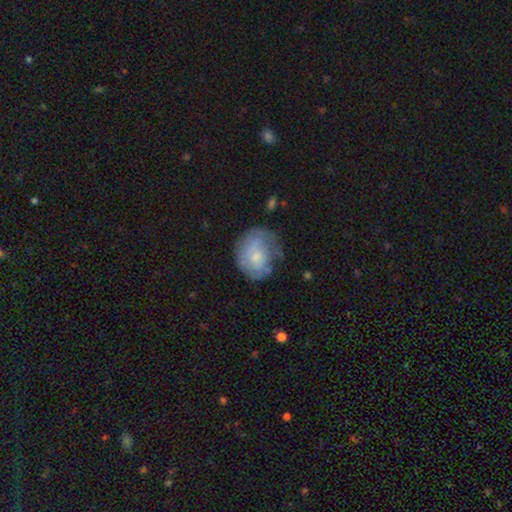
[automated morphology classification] The model was most divided on "smooth or featured": featured or disk: 47%, smooth: 45%, star or artifact: 8%. More confident: merging — none (51%).